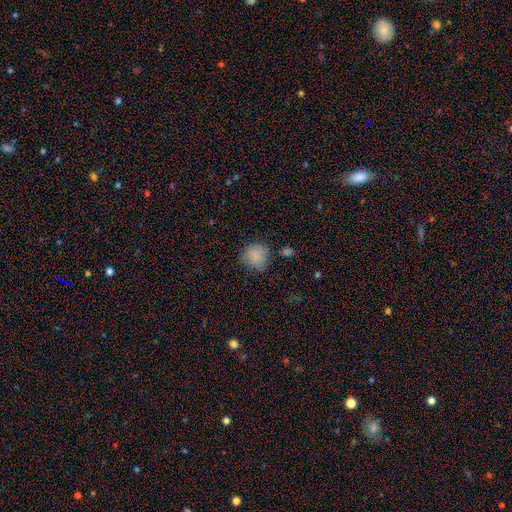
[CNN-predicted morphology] smooth_or_featured: smooth (p=0.83) [alt: star or artifact p=0.11]
how_rounded: round (p=0.86) [alt: in between p=0.13]
merging: none (p=0.73) [alt: minor disturbance p=0.18]